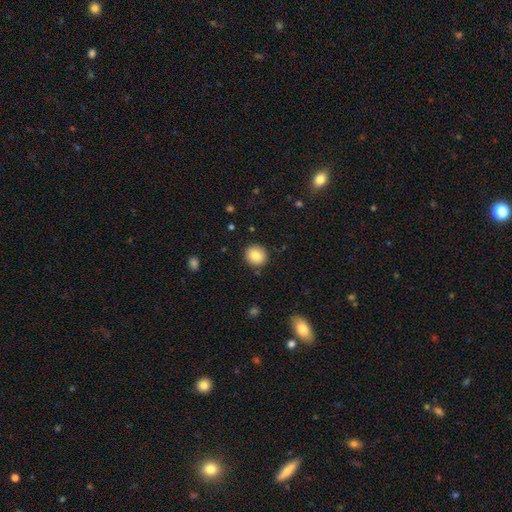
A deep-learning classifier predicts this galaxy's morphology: This is clearly a smooth galaxy (82%). How rounded: clearly round (88%). Merging: clearly none (89%).